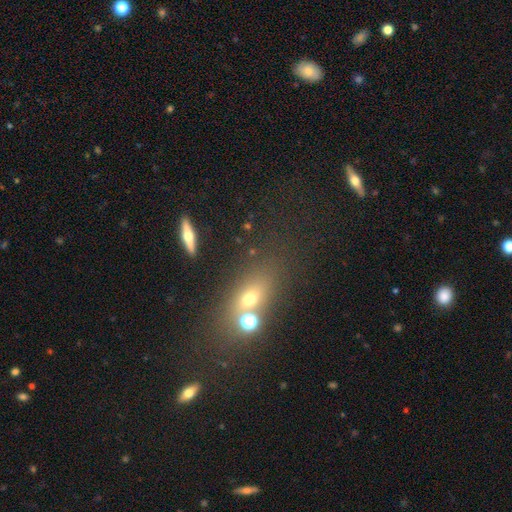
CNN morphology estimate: The model was most divided on "smooth or featured": smooth: 47%, star or artifact: 31%, featured or disk: 21%. Remaining: merging — none (50%).